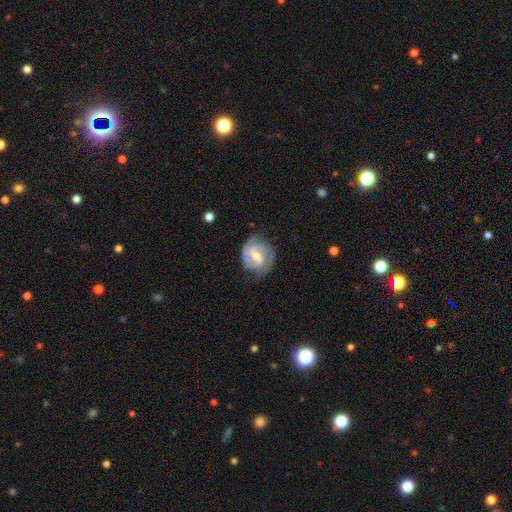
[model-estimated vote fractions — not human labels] Smooth or featured? featured or disk (77%)
Edge-on disk? no (97%)
Bar? weak (54%)
Spiral arms? yes (92%)
Spiral winding? tight (48%)
Spiral arm count? 2 (66%)
Bulge size? moderate (57%)
Merging? none (68%)